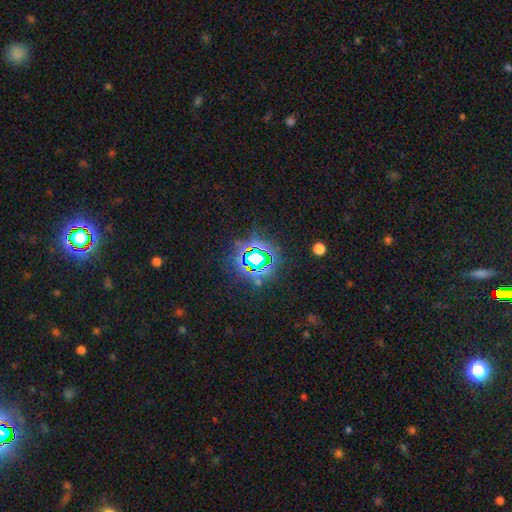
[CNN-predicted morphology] A star or artifact, not a galaxy (74%).

Vote fractions:
- Smooth or featured? star or artifact: 74% / smooth: 15% / featured or disk: 11%